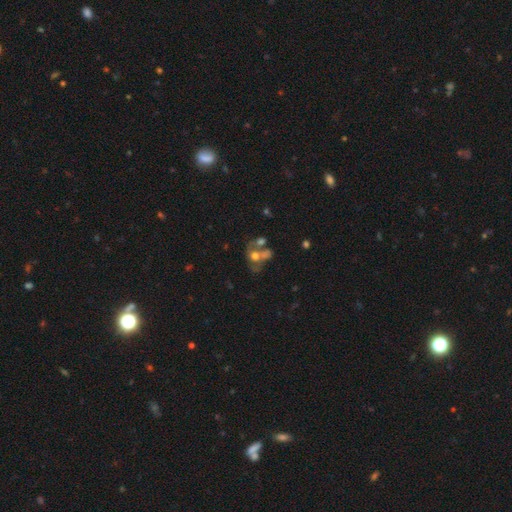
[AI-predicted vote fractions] Smooth or featured? Predicted: smooth (p=0.44). Merging? Predicted: merger (p=0.46).